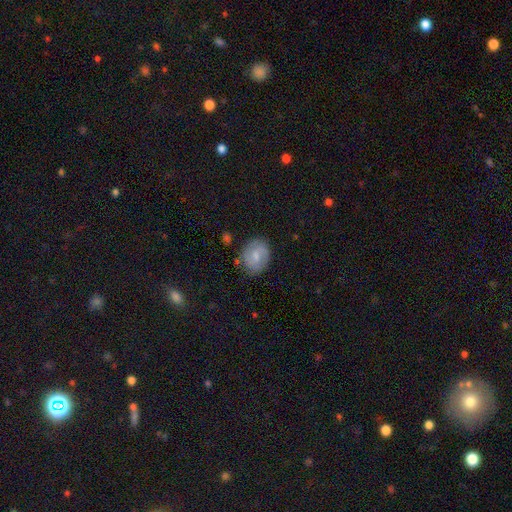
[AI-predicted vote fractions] Smooth or featured?
  - smooth: 55% *
  - featured or disk: 39%
  - star or artifact: 7%
How rounded?
  - round: 54% *
  - in between: 45%
  - cigar-shaped: 1%
Merging?
  - none: 76% *
  - minor disturbance: 17%
  - major disturbance: 4%
  - merger: 2%